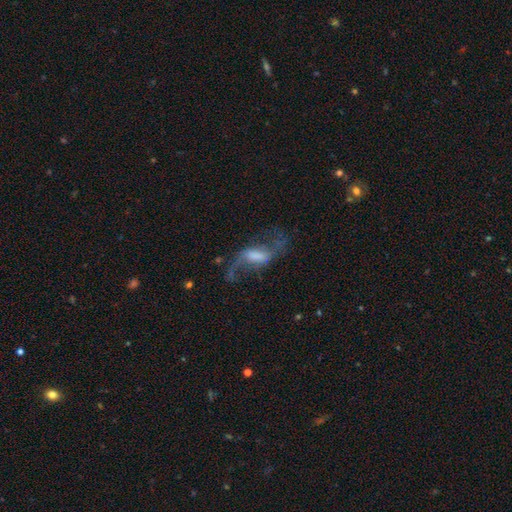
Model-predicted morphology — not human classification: A featured or disk galaxy (80%) with a weak bar (47%), 2 (90%) loose (83%) spiral arms (93%) and no central bulge (29%). Merging: none (63%).